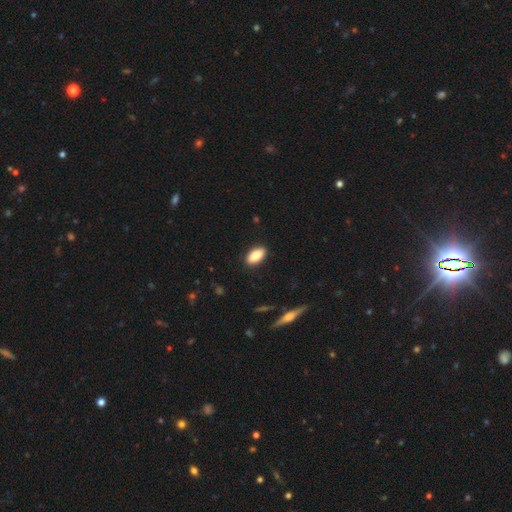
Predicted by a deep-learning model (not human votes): Smooth or featured: smooth — 82% (featured or disk — 11%)
How rounded: in between — 90% (cigar-shaped — 6%)
Merging: none — 89% (minor disturbance — 8%)